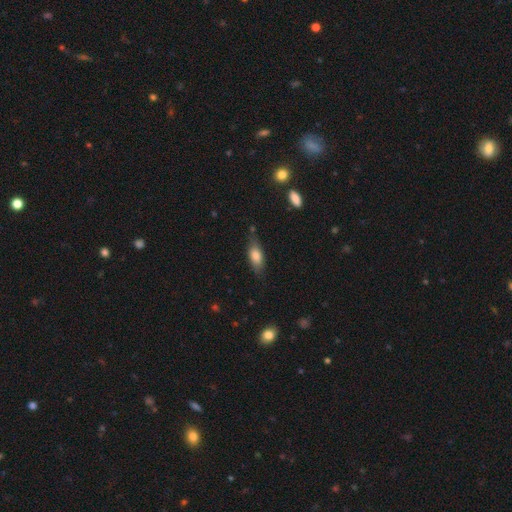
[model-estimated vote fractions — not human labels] Smooth or featured? smooth (74%)
How rounded? in between (76%)
Merging? none (70%)